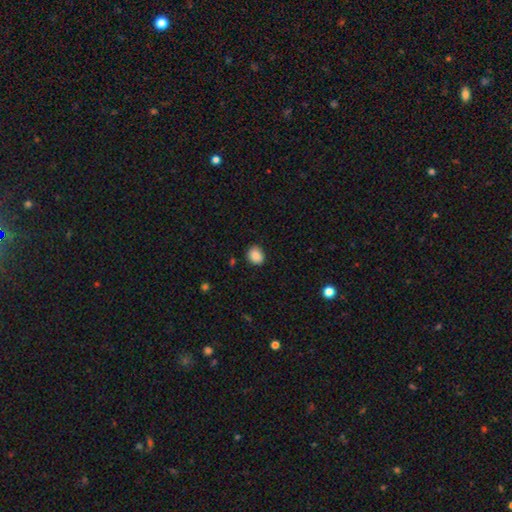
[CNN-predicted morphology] Overall: smooth (88%). How rounded: round (62%; in between 38%). Merging: none (84%).